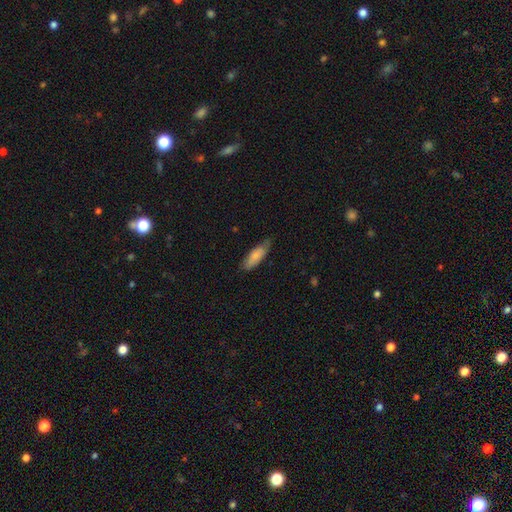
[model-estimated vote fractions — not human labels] smooth-or-featured: smooth: 77% | featured or disk: 17% | star or artifact: 6%
  how-rounded: in between: 64% | cigar-shaped: 34% | round: 2%
  merging: none: 70% | minor disturbance: 25% | major disturbance: 4% | merger: 1%